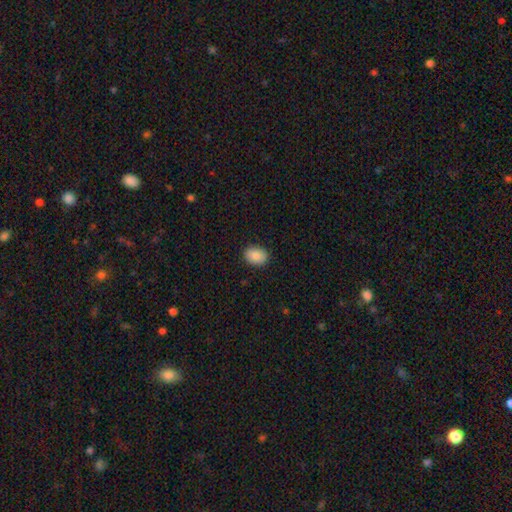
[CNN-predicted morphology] A smooth galaxy with no disk features (86%) that is in between round and cigar-shaped (64%).

Vote fractions:
- Smooth or featured? smooth: 86% / star or artifact: 7% / featured or disk: 7%
- How rounded? in between: 64% / round: 35% / cigar-shaped: 1%
- Merging? none: 89% / minor disturbance: 8% / major disturbance: 2% / merger: 1%